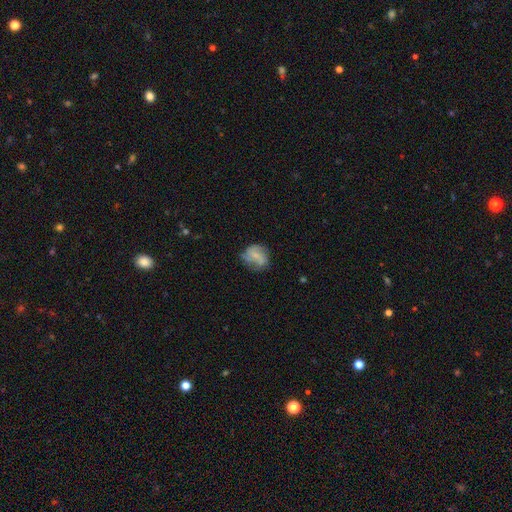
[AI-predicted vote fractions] Overall: featured or disk (56%; smooth 36%). Edge-on disk: no (97%). Bar: weak (43%; no 40%). Spiral arms: yes (81%). Bulge size: small (47%; none 31%). Merging: none (60%; minor disturbance 25%).